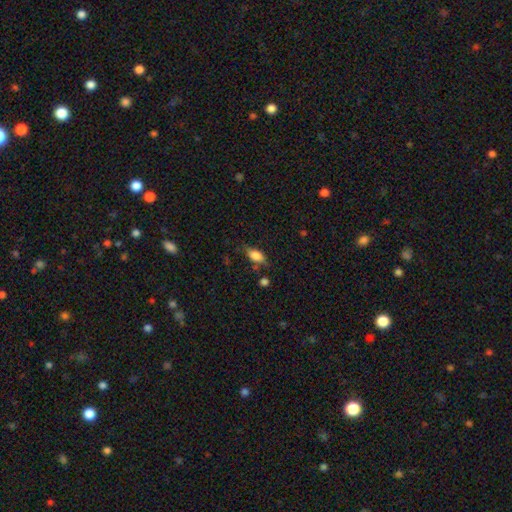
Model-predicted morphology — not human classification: This is likely a smooth galaxy (80%). How rounded: clearly in between (85%). Merging: likely none (65%).